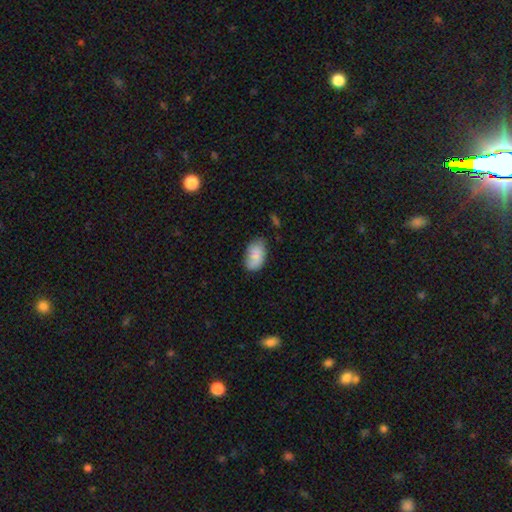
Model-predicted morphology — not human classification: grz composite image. It shows a smooth galaxy with no disk features (85%) that is in between round and cigar-shaped (93%). Merging: none (65%).